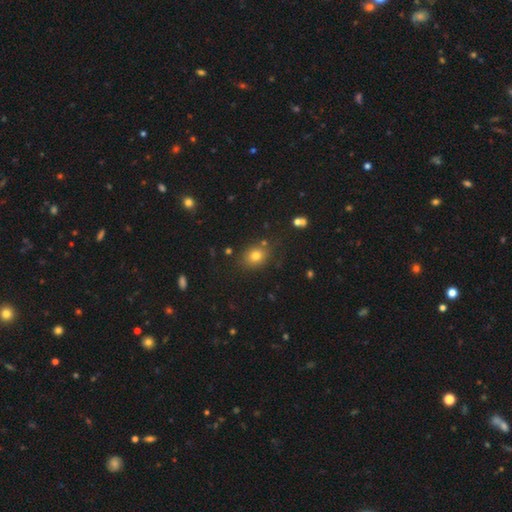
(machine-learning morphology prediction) smooth-or-featured: smooth: 76% | star or artifact: 15% | featured or disk: 9%
  how-rounded: round: 52% | in between: 47% | cigar-shaped: 1%
  merging: none: 77% | minor disturbance: 13% | merger: 5% | major disturbance: 4%